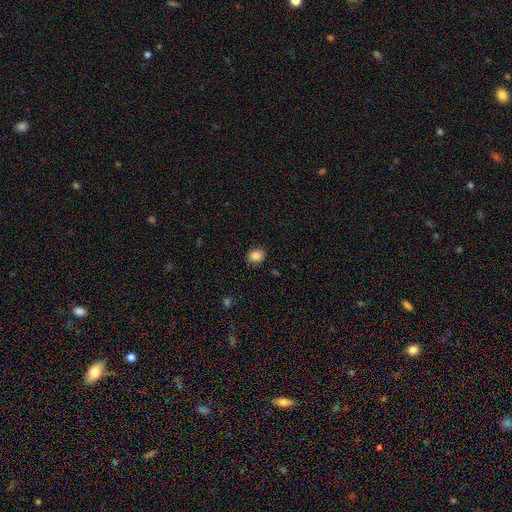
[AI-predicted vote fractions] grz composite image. It shows a smooth galaxy with no disk features (85%) that is round (61%). Merging: none (86%).